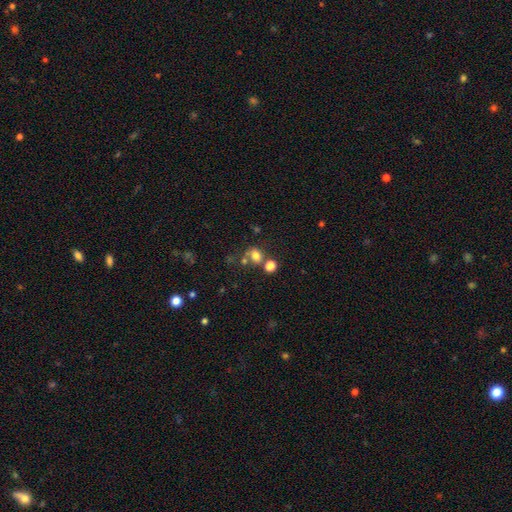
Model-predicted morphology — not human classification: A smooth galaxy with no disk features (73%) that is round (55%). Merging: none (53%).